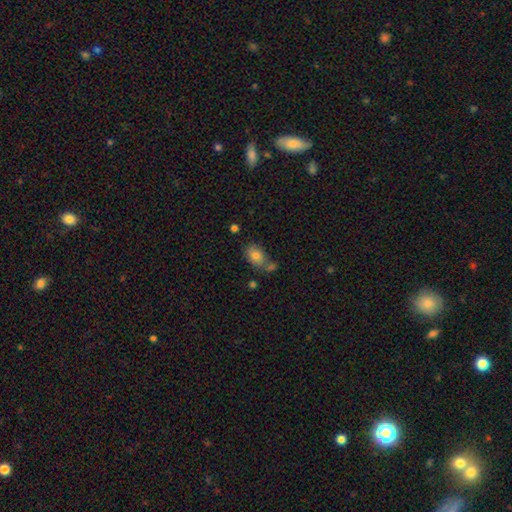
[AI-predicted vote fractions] Q: Smooth or featured?
A: smooth (79%); runner-up: featured or disk (11%)
Q: How rounded?
A: in between (76%); runner-up: round (22%)
Q: Merging?
A: none (49%); runner-up: merger (26%)